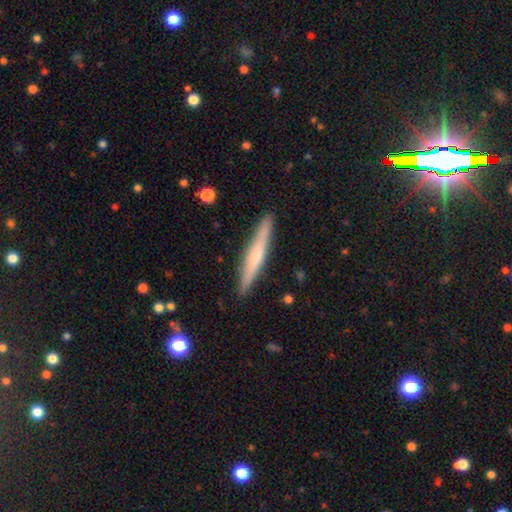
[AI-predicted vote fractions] smooth 49%, featured or disk 46%, star or artifact 6%. Down the decision tree: merging — none (90%).